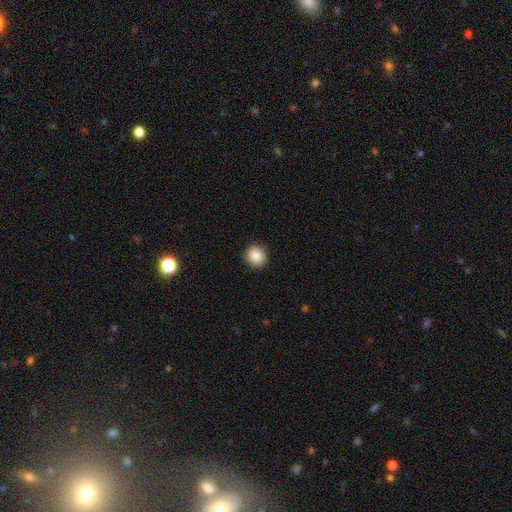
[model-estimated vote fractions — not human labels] The model was most divided on "how rounded": round: 87%, in between: 12%, cigar-shaped: 1%. More confident: merging — none (90%); smooth or featured — smooth (87%).